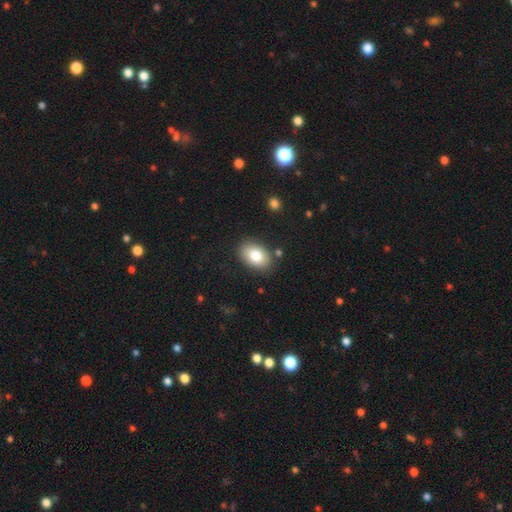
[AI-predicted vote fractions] A smooth galaxy with no disk features (80%) that is in between round and cigar-shaped (87%). Merging: none (84%).